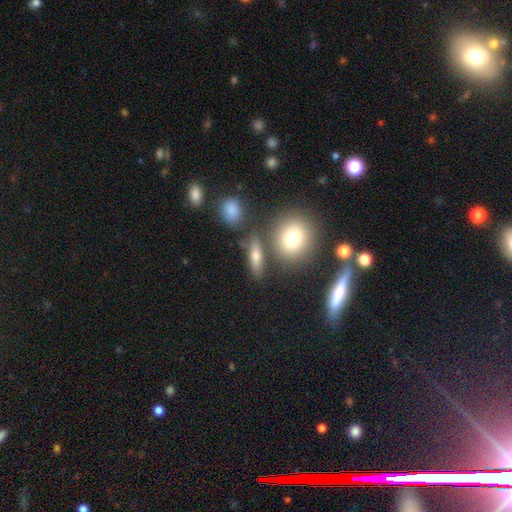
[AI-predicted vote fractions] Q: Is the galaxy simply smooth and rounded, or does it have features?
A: smooth — 66%.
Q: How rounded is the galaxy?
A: in between — 47%.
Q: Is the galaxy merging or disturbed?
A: none — 73%.